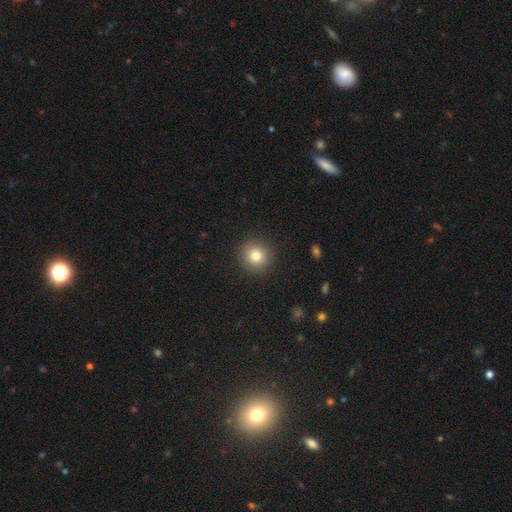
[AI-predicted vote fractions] A smooth galaxy with no disk features (80%) that is round (94%). Merging: none (91%).